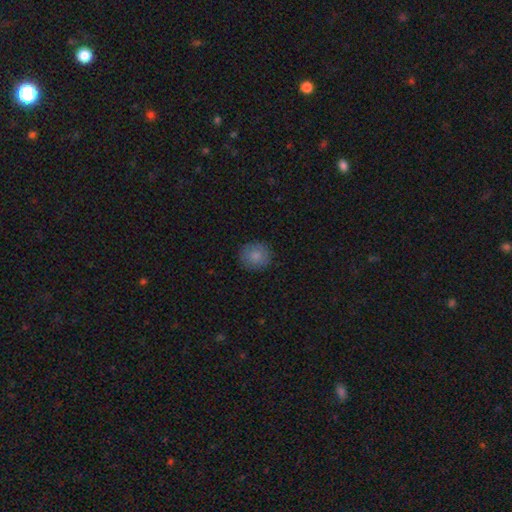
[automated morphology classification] smooth_or_featured: smooth (p=0.84) [alt: star or artifact p=0.08]
how_rounded: round (p=0.88) [alt: in between p=0.11]
merging: none (p=0.87) [alt: minor disturbance p=0.10]